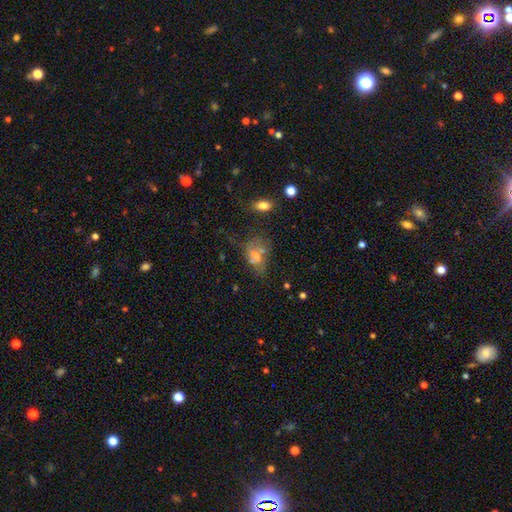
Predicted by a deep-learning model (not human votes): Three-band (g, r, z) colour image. It shows a smooth galaxy with no disk features (45%). Merging: none (39%).